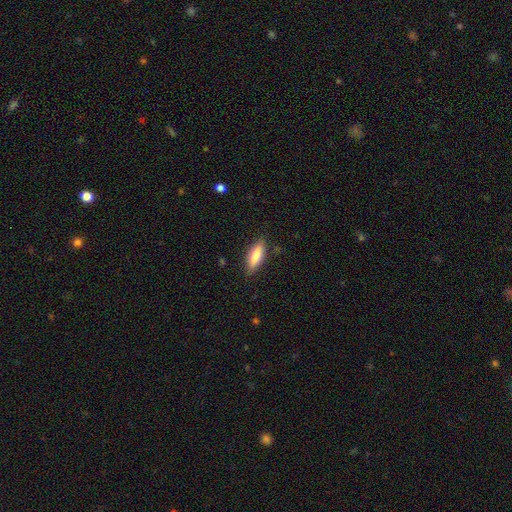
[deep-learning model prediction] Smooth or featured?
  - smooth: 79% *
  - featured or disk: 15%
  - star or artifact: 6%
How rounded?
  - in between: 55% *
  - cigar-shaped: 43%
  - round: 2%
Merging?
  - none: 85% *
  - minor disturbance: 11%
  - major disturbance: 2%
  - merger: 1%